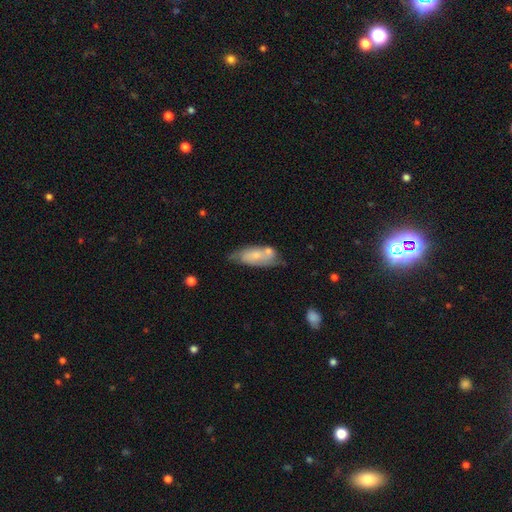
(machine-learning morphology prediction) The model was most divided on "smooth or featured": smooth: 54%, featured or disk: 40%, star or artifact: 6%. Remaining: how rounded — in between (78%); merging — none (46%).